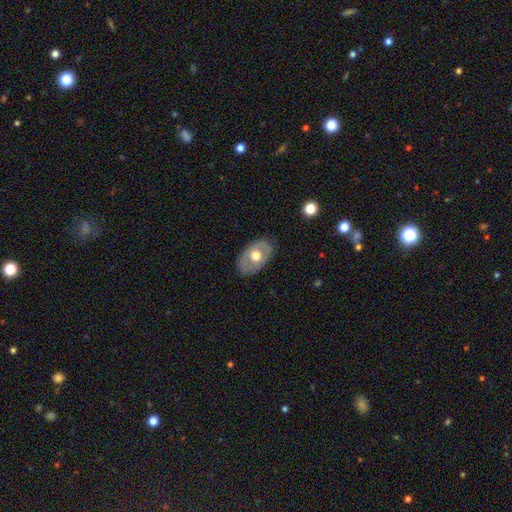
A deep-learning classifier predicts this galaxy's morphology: A featured or disk galaxy (47%, tied with smooth). Merging: none (80%).